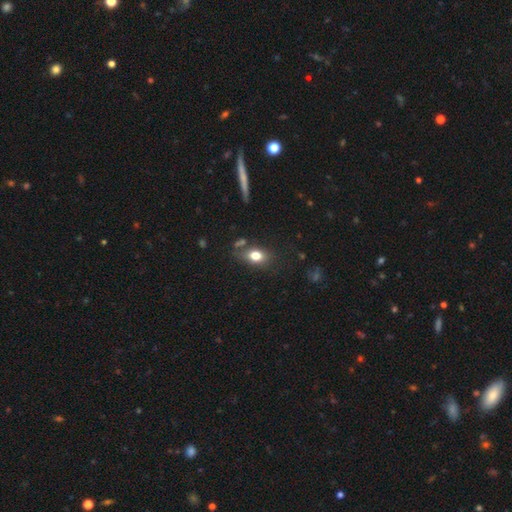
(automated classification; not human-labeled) The model was most divided on "merging": none: 66%, minor disturbance: 19%, merger: 8%, major disturbance: 7%. More confident: smooth or featured — smooth (76%); how rounded — in between (72%).